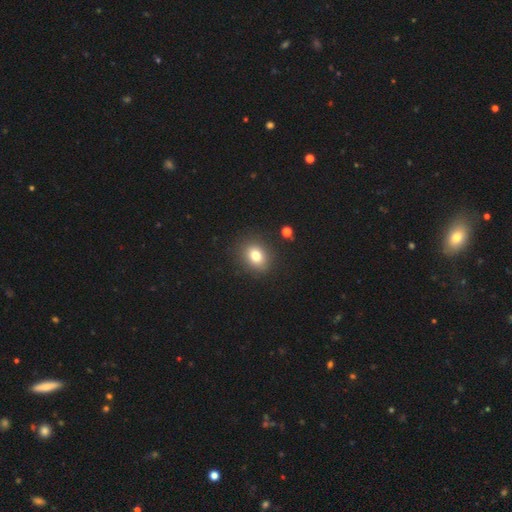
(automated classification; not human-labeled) A smooth galaxy with no disk features (79%) that is round (54%). Merging: none (88%).